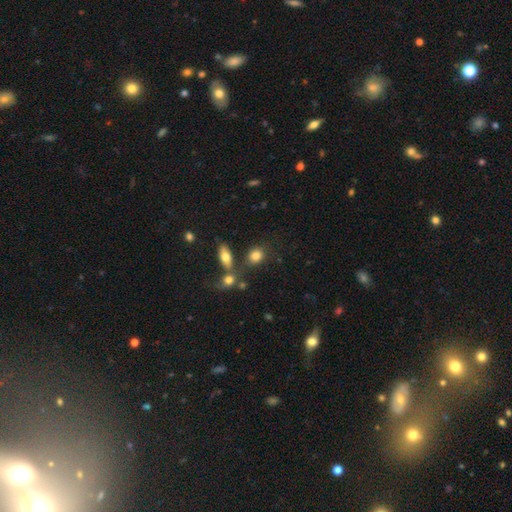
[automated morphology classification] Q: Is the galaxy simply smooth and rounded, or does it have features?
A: smooth — 81%.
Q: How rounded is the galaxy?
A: round — 55%.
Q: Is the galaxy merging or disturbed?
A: none — 59%.